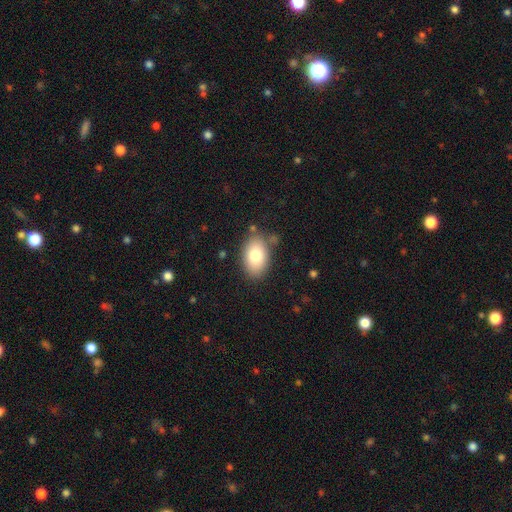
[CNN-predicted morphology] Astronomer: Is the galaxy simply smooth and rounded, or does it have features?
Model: smooth — 80%.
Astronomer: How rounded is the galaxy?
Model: in between — 89%.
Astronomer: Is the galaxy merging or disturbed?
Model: none — 80%.